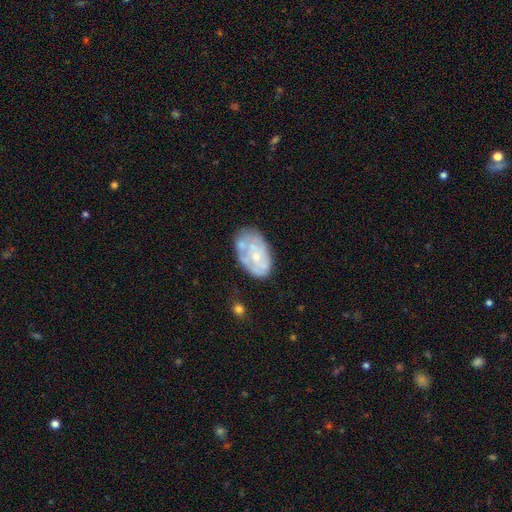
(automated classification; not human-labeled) A featured or disk galaxy (58%) with no bar (86%), no spiral arms (66%) and a small central bulge (57%). Merging: none (56%).